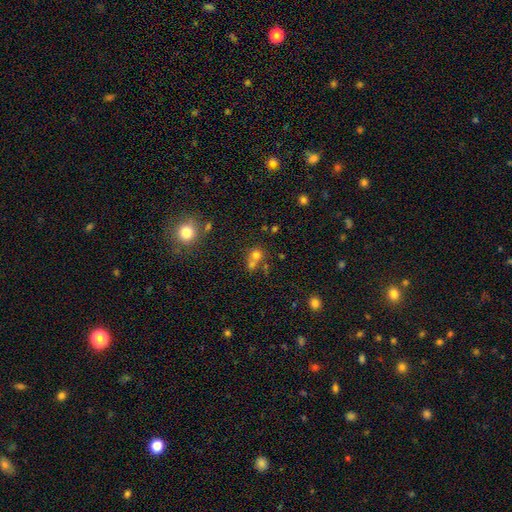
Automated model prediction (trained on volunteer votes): smooth-or-featured: smooth: 68% | star or artifact: 19% | featured or disk: 14%
  how-rounded: round: 79% | in between: 20% | cigar-shaped: 1%
  merging: merger: 47% | none: 40% | minor disturbance: 8% | major disturbance: 5%